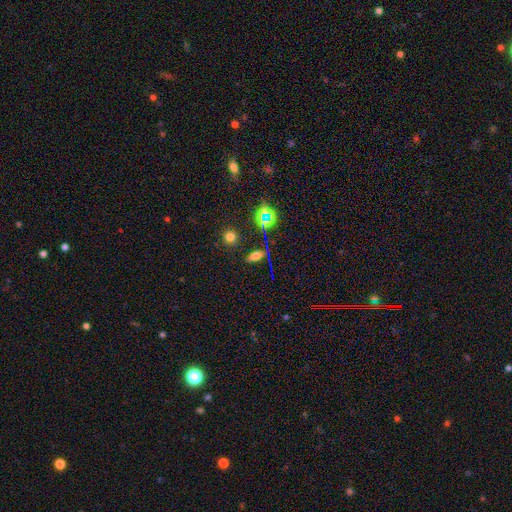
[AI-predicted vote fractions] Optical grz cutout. It shows a smooth galaxy with no disk features (53%) that is in between round and cigar-shaped (66%). Merging: none (83%).